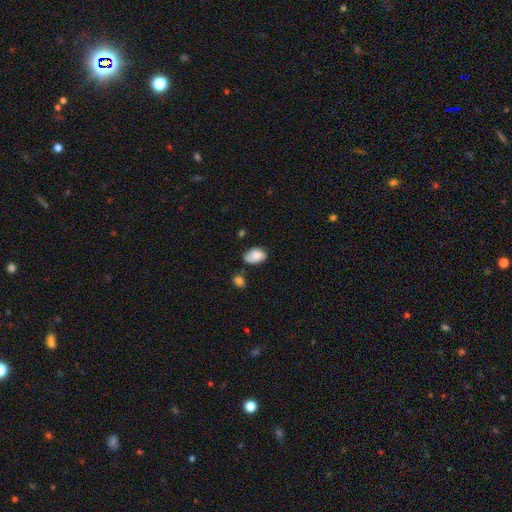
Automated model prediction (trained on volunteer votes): Morphology: type=smooth (76%); roundness=in between (90%); merging=none (56%).